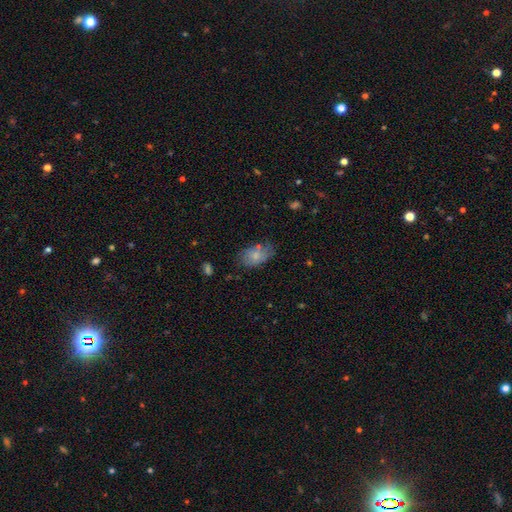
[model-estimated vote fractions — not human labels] Smooth or featured? Predicted: smooth (p=0.72). How rounded? Predicted: in between (p=0.91). Merging? Predicted: none (p=0.58).